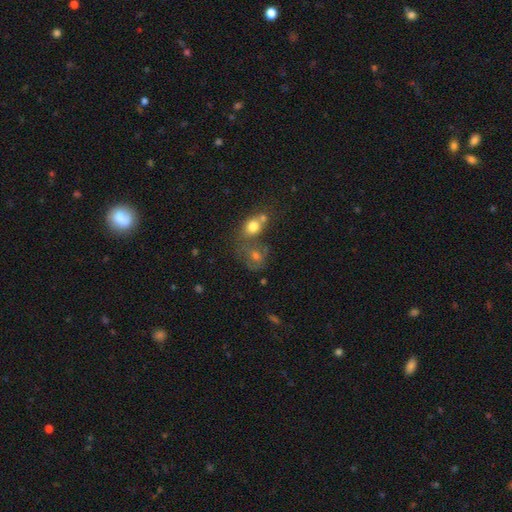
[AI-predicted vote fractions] smooth_or_featured: smooth (p=0.61) [alt: featured or disk p=0.21]
how_rounded: round (p=0.61) [alt: in between p=0.38]
merging: merger (p=0.45) [alt: none p=0.34]